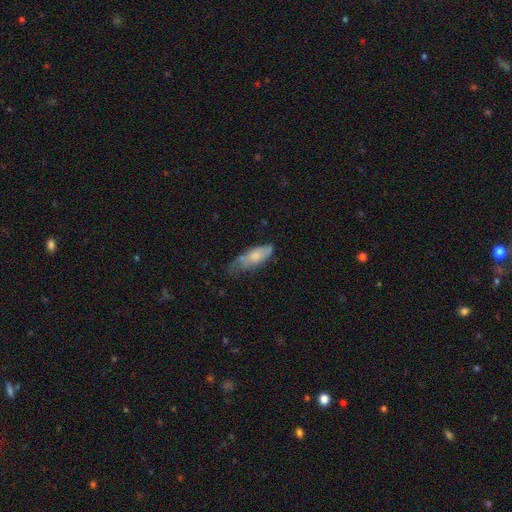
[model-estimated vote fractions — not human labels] A smooth galaxy with no disk features (65%) that is in between round and cigar-shaped (73%). Merging: minor disturbance (41%).